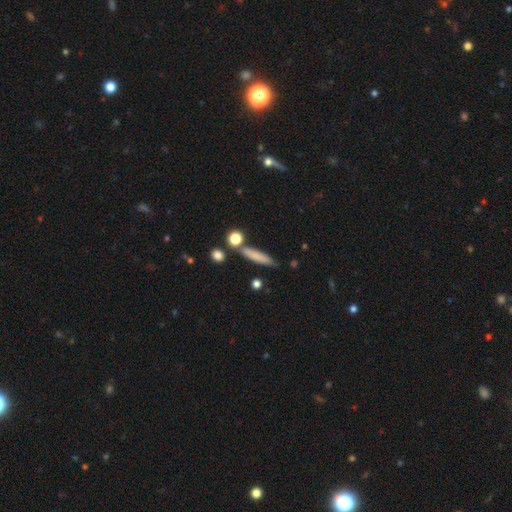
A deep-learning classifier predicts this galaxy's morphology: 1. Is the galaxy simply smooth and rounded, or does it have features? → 77% smooth, 15% featured or disk, 8% star or artifact.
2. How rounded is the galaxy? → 81% cigar-shaped, 16% in between, 3% round.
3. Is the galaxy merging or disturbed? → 75% none, 13% minor disturbance, 9% merger, 4% major disturbance.